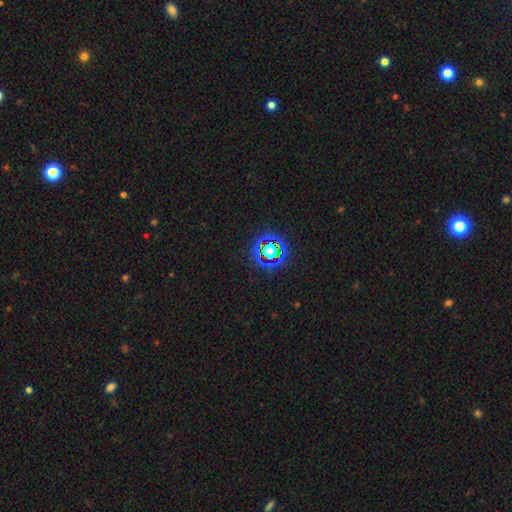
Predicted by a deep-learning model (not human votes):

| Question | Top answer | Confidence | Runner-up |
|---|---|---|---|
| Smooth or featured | star or artifact | 73% | smooth (18%) |